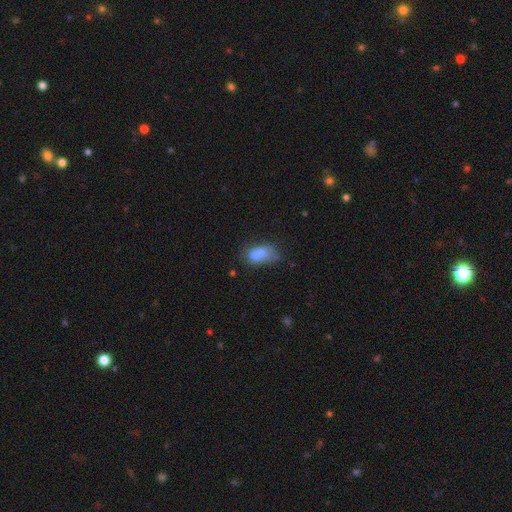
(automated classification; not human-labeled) A smooth galaxy with no disk features (64%) that is in between round and cigar-shaped (84%).

Vote fractions:
- Smooth or featured? smooth: 64% / featured or disk: 25% / star or artifact: 11%
- How rounded? in between: 84% / round: 13% / cigar-shaped: 3%
- Merging? merger: 38% / none: 27% / minor disturbance: 21% / major disturbance: 14%